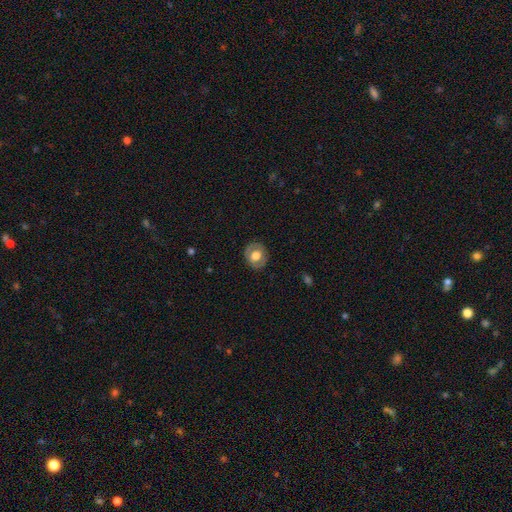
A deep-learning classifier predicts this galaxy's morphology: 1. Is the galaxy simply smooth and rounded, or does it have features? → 62% smooth, 30% featured or disk, 8% star or artifact.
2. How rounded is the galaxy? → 71% round, 28% in between, 1% cigar-shaped.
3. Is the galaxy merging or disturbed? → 83% none, 12% minor disturbance, 3% major disturbance, 1% merger.